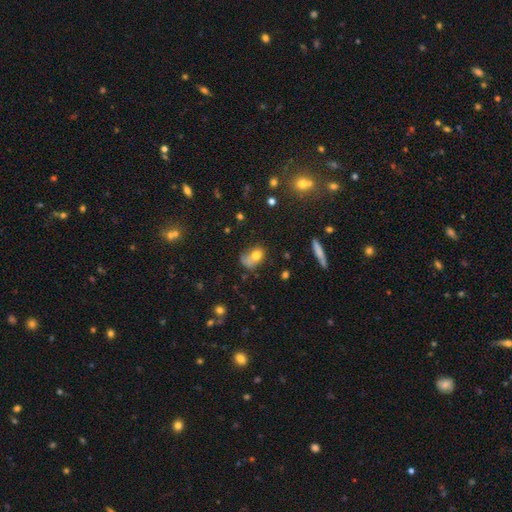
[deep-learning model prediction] smooth 70%, featured or disk 17%, star or artifact 12%. Down the decision tree: how rounded — in between (70%); merging — none (33%).